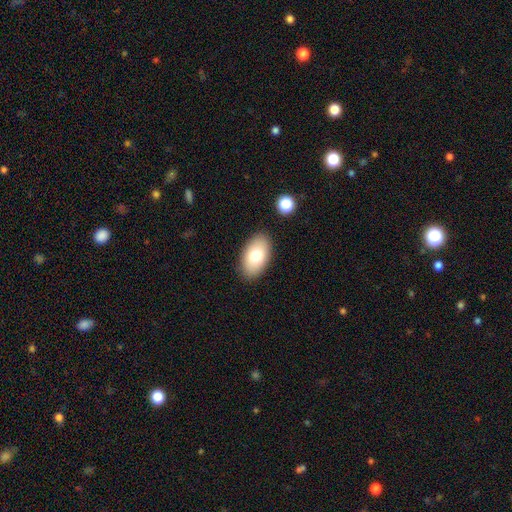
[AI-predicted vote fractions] smooth_or_featured: smooth (p=0.77) [alt: featured or disk p=0.16]
how_rounded: in between (p=0.94) [alt: round p=0.05]
merging: none (p=0.88) [alt: minor disturbance p=0.08]